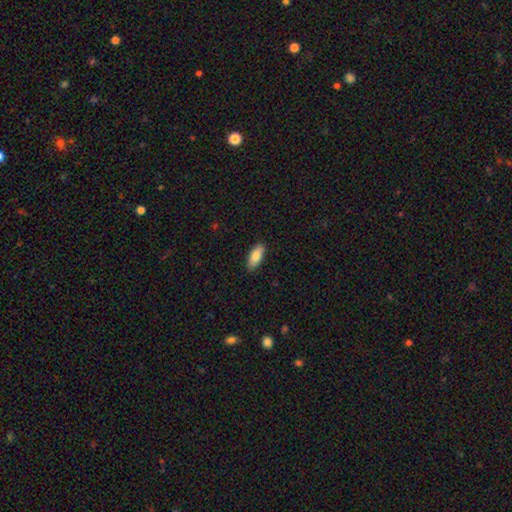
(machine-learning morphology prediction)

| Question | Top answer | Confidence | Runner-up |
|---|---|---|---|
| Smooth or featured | smooth | 83% | featured or disk (10%) |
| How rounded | in between | 85% | cigar-shaped (13%) |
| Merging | none | 88% | minor disturbance (9%) |